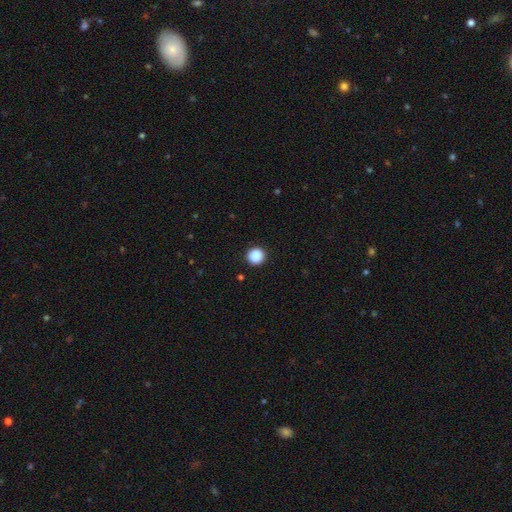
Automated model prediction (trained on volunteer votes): Smooth or featured?
  - smooth: 89% *
  - star or artifact: 9%
  - featured or disk: 2%
How rounded?
  - round: 96% *
  - in between: 3%
  - cigar-shaped: 1%
Merging?
  - none: 93% *
  - minor disturbance: 5%
  - major disturbance: 2%
  - merger: 1%